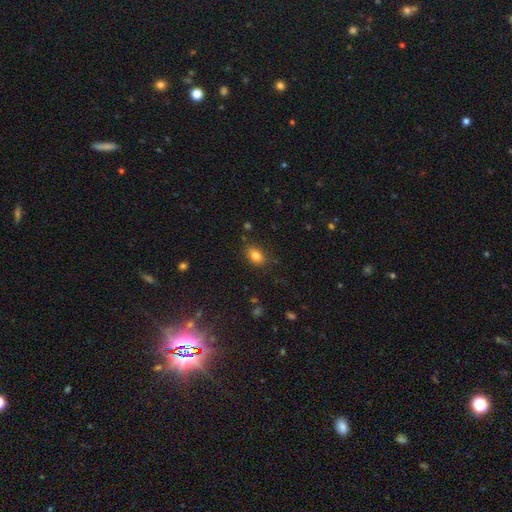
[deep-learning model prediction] Smooth or featured? Predicted: smooth (p=0.81). How rounded? Predicted: in between (p=0.74). Merging? Predicted: none (p=0.81).